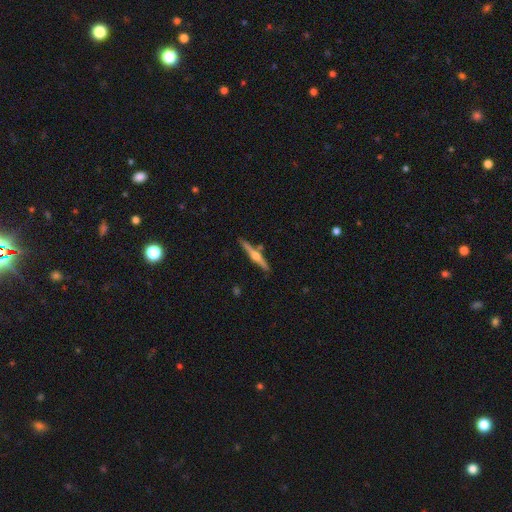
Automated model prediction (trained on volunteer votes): Smooth or featured? Predicted: featured or disk (p=0.73). Edge-on disk? Predicted: yes (p=0.98). Edge-on bulge? Predicted: rounded (p=0.92). Merging? Predicted: none (p=0.83).